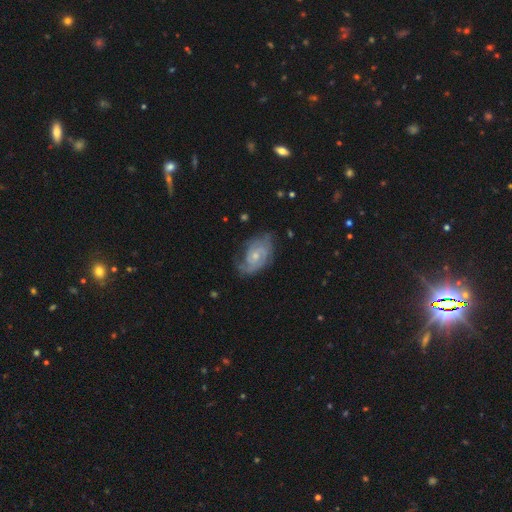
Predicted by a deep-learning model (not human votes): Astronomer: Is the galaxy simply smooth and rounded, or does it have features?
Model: featured or disk — 76%.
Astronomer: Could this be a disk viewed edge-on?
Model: no — 97%.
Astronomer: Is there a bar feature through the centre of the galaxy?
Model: no — 70%.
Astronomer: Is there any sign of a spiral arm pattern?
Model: yes — 91%.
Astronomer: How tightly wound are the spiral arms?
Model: tight — 46% (runner-up: medium, 38%).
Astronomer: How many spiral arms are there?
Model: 2 — 47% (runner-up: can't tell, 26%).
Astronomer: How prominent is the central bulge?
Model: small — 60%.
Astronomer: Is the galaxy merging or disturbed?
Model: none — 58%.